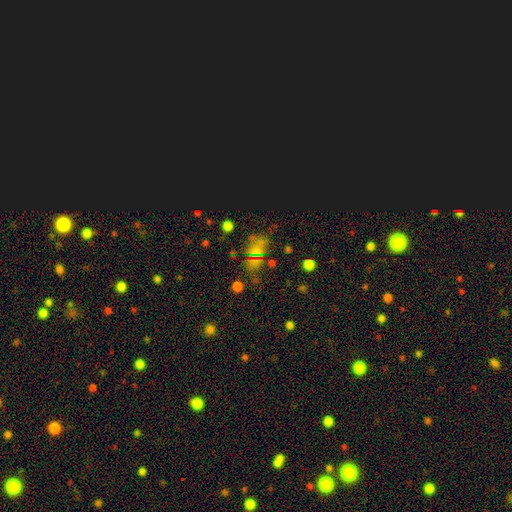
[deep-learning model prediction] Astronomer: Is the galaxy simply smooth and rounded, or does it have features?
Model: star or artifact — 45% (runner-up: smooth, 41%).